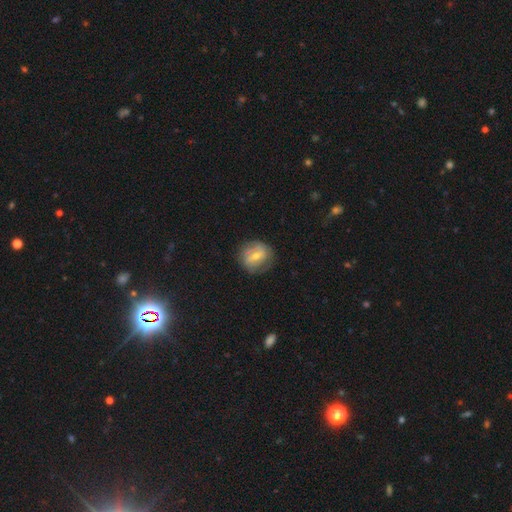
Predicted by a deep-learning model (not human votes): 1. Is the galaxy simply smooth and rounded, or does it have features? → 57% featured or disk, 36% smooth, 7% star or artifact.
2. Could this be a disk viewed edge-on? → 96% no, 4% yes.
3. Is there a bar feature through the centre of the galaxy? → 51% weak, 26% no, 24% strong.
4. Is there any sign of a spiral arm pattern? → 73% yes, 27% no.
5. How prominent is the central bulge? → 53% moderate, 40% small, 3% large, 2% none, 1% dominant.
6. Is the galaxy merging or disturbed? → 74% none, 18% minor disturbance, 7% major disturbance, 1% merger.